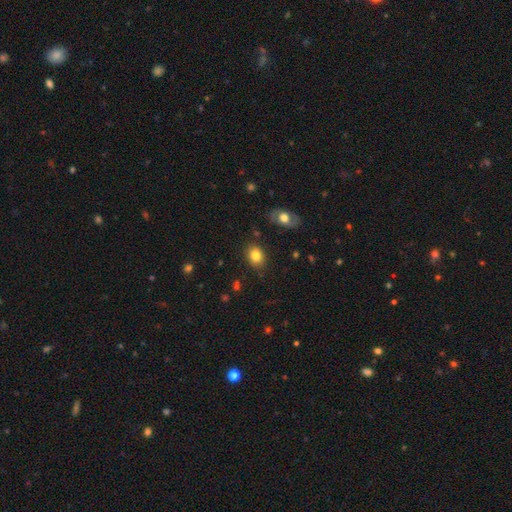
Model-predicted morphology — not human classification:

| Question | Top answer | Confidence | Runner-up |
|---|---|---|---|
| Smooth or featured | smooth | 81% | featured or disk (9%) |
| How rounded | in between | 63% | round (36%) |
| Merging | none | 85% | minor disturbance (10%) |